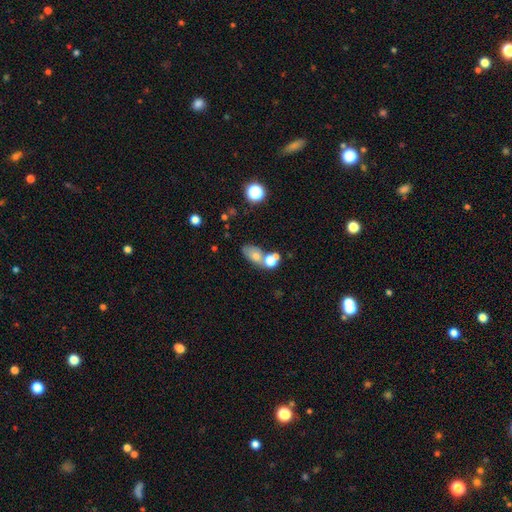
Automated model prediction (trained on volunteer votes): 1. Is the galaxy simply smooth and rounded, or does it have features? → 68% smooth, 18% featured or disk, 13% star or artifact.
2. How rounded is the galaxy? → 76% in between, 21% round, 3% cigar-shaped.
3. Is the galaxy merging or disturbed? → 40% none, 38% merger, 14% minor disturbance, 8% major disturbance.